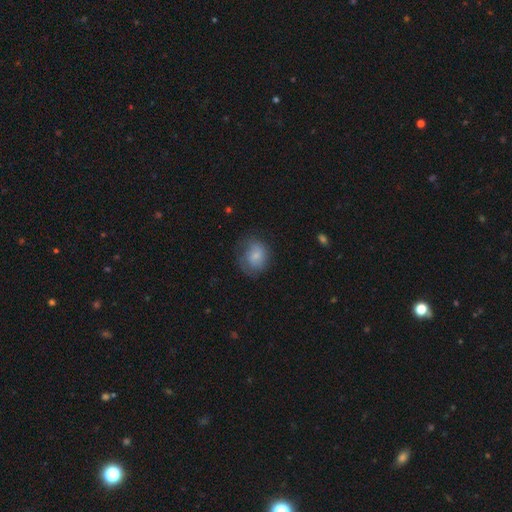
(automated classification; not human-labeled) Smooth or featured? smooth (73%)
How rounded? round (54%)
Merging? none (58%)